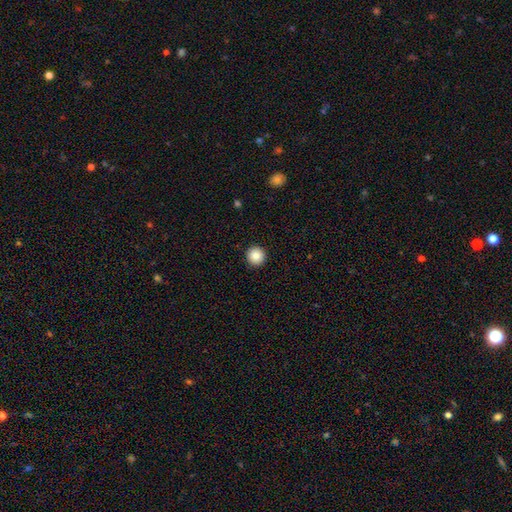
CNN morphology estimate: Smooth or featured? Predicted: smooth (p=0.87). How rounded? Predicted: round (p=0.96). Merging? Predicted: none (p=0.93).